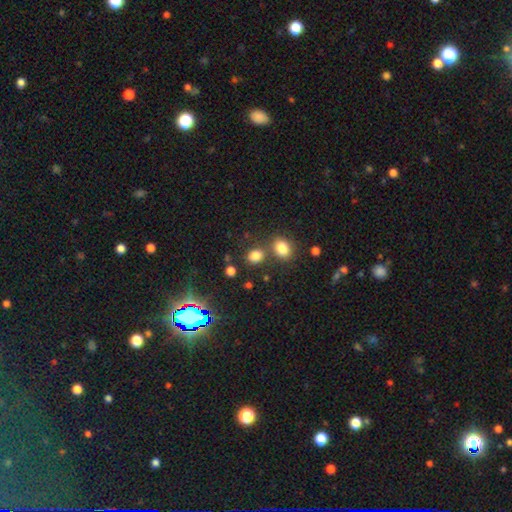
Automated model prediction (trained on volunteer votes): A smooth galaxy with no disk features (77%) that is round (54%). Merging: none (66%).